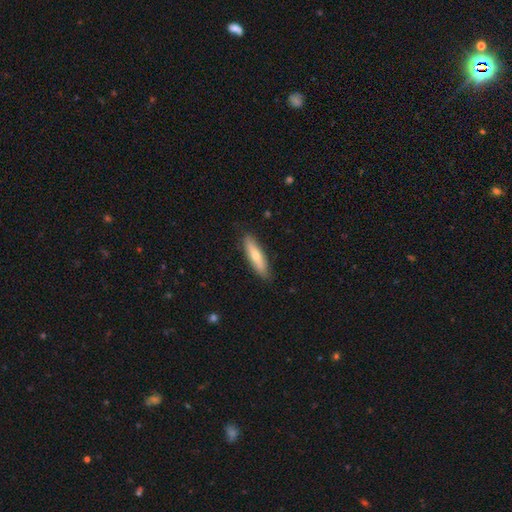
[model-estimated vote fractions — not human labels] smooth-or-featured: smooth: 59% | featured or disk: 35% | star or artifact: 6%
  how-rounded: cigar-shaped: 65% | in between: 33% | round: 2%
  merging: none: 86% | minor disturbance: 11% | major disturbance: 2% | merger: 1%